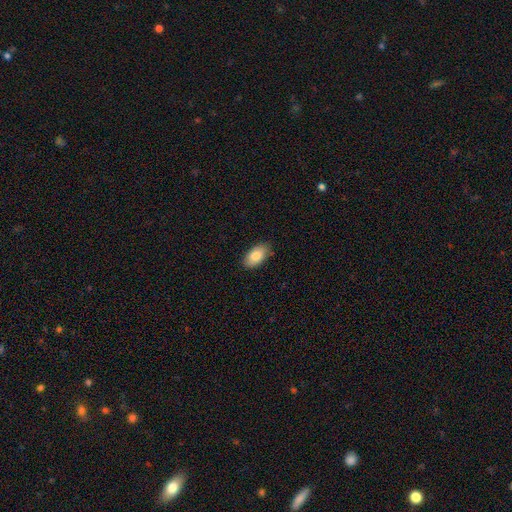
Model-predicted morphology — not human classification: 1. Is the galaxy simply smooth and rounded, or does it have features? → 84% smooth, 9% featured or disk, 6% star or artifact.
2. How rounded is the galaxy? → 94% in between, 4% round, 2% cigar-shaped.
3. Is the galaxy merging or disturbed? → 86% none, 11% minor disturbance, 2% major disturbance, 1% merger.